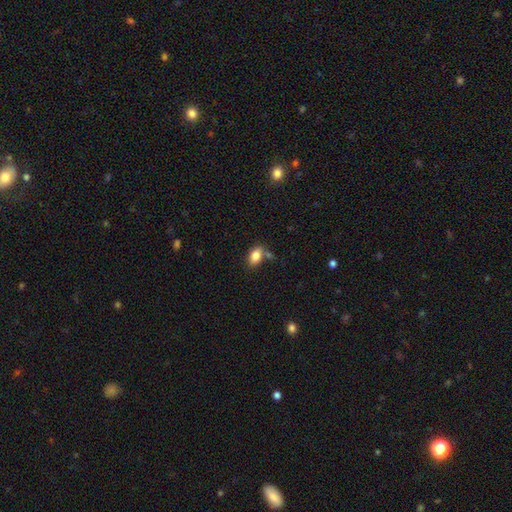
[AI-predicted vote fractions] This appears to be a smooth galaxy with no disk features (83%) that is in between round and cigar-shaped (89%). Merging: none (64%).